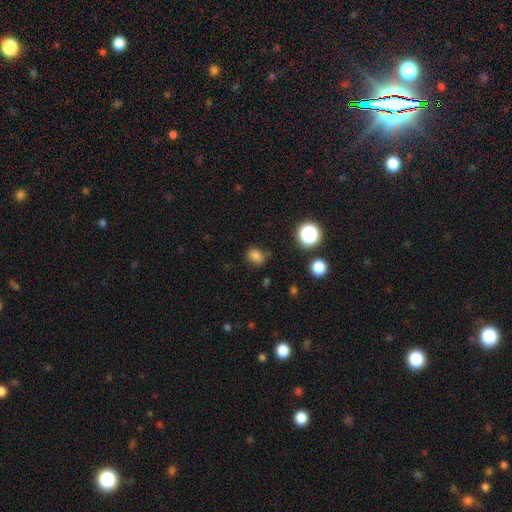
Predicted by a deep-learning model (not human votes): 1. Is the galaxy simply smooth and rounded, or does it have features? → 77% smooth, 17% star or artifact, 6% featured or disk.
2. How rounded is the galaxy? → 50% round, 48% in between, 1% cigar-shaped.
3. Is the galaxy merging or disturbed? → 69% none, 22% minor disturbance, 6% major disturbance, 3% merger.